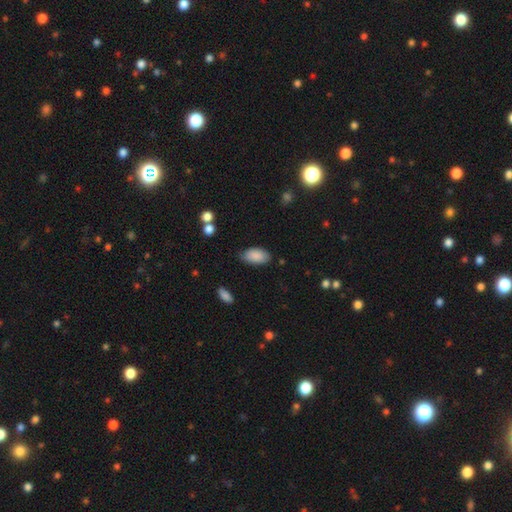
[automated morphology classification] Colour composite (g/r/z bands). It shows a smooth galaxy with no disk features (88%) that is in between round and cigar-shaped (95%). Merging: none (79%).